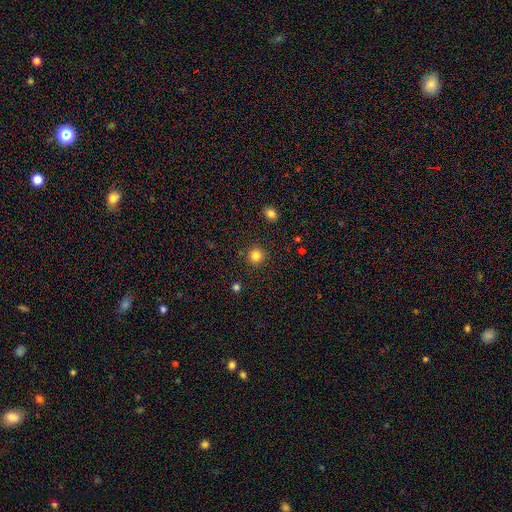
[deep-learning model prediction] This is clearly a smooth galaxy (84%). How rounded: clearly round (93%). Merging: clearly none (90%).